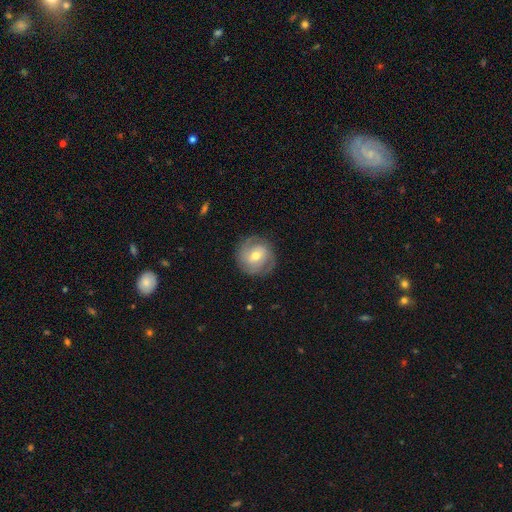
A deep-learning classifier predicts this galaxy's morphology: smooth-or-featured: featured or disk: 62% | smooth: 31% | star or artifact: 7%
  disk-edge-on: no: 97% | yes: 3%
    bar: weak: 45% | no: 39% | strong: 16%
    has-spiral-arms: yes: 83% | no: 17%
    bulge-size: moderate: 64% | small: 30% | large: 4% | none: 1% | dominant: 1%
  merging: none: 82% | minor disturbance: 12% | major disturbance: 5% | merger: 1%